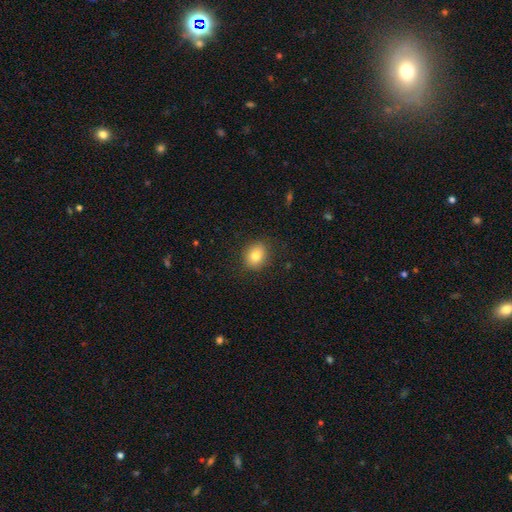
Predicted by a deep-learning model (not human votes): smooth 80%, featured or disk 10%, star or artifact 10%. Down the decision tree: how rounded — round (58%); merging — none (87%).